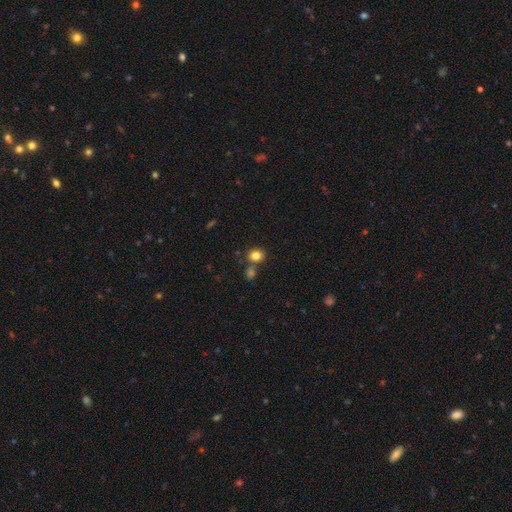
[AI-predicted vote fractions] A smooth galaxy with no disk features (82%) that is round (69%).

Vote fractions:
- Smooth or featured? smooth: 82% / star or artifact: 12% / featured or disk: 6%
- How rounded? round: 69% / in between: 31% / cigar-shaped: 1%
- Merging? none: 68% / merger: 18% / minor disturbance: 10% / major disturbance: 3%